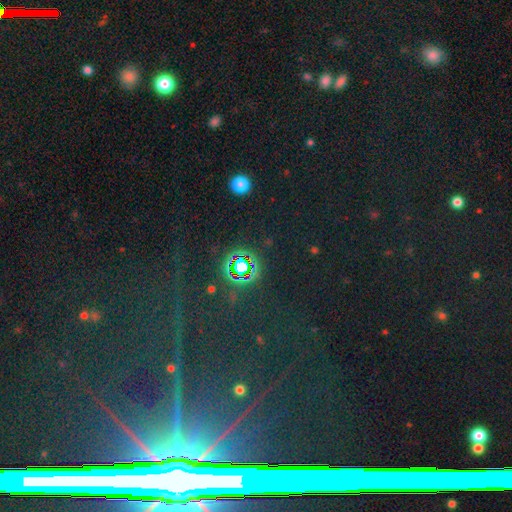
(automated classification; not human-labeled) This appears to be a star or artifact, not a galaxy (73%).